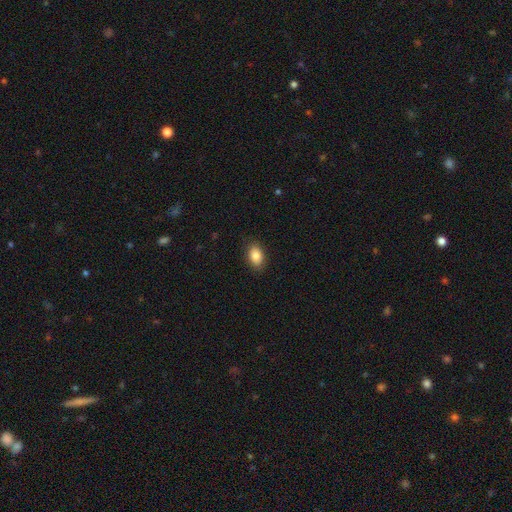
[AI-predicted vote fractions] Overall: smooth (85%). How rounded: in between (88%). Merging: none (87%).